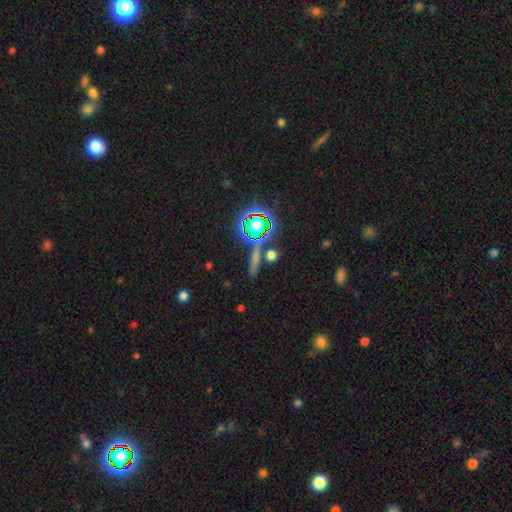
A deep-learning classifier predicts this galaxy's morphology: A star or artifact, not a galaxy (51%).

Vote fractions:
- Smooth or featured? star or artifact: 51% / smooth: 31% / featured or disk: 19%